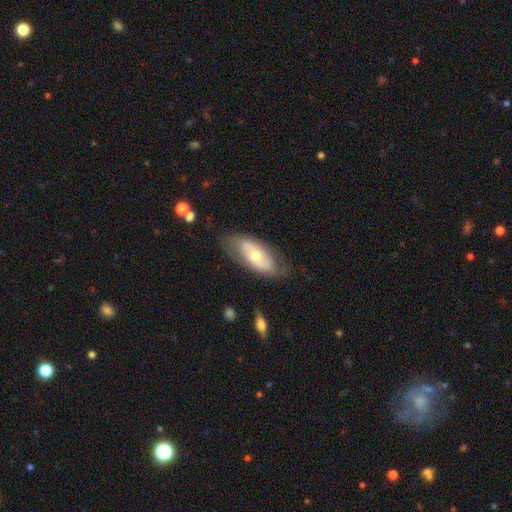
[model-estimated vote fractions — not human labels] featured or disk 53%, smooth 41%, star or artifact 6%. Down the decision tree: edge-on disk — no (87%); merging — none (69%).